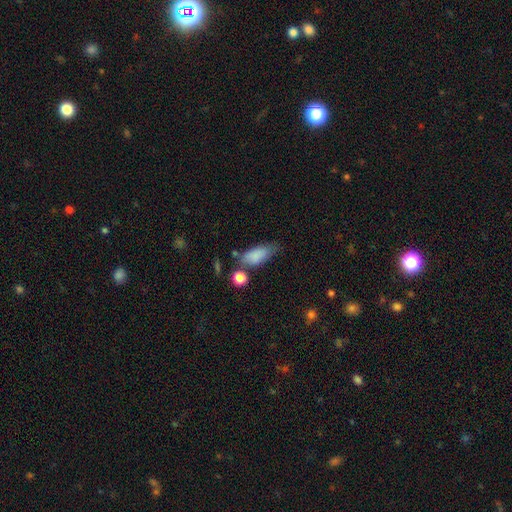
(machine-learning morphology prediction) smooth 82%, featured or disk 10%, star or artifact 8%. Down the decision tree: how rounded — in between (77%); merging — none (54%).